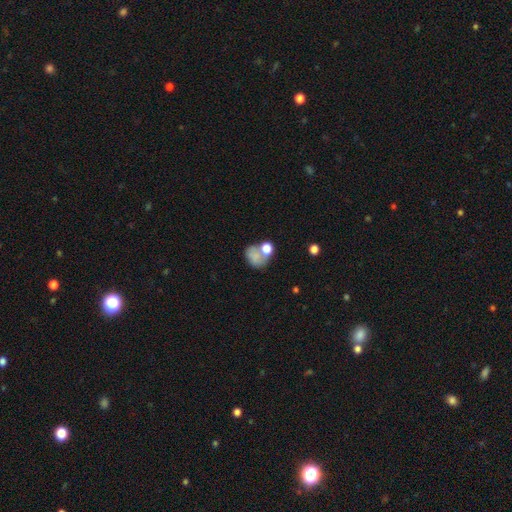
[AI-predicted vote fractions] Q: Smooth or featured?
A: smooth (70%); runner-up: featured or disk (18%)
Q: How rounded?
A: round (50%); runner-up: in between (49%)
Q: Merging?
A: none (35%); runner-up: merger (33%)